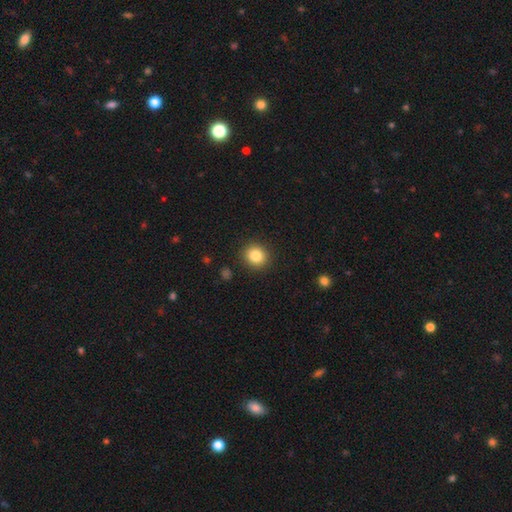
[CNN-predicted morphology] The model was most divided on "how rounded": round: 86%, in between: 13%, cigar-shaped: 1%. More confident: merging — none (91%); smooth or featured — smooth (83%).